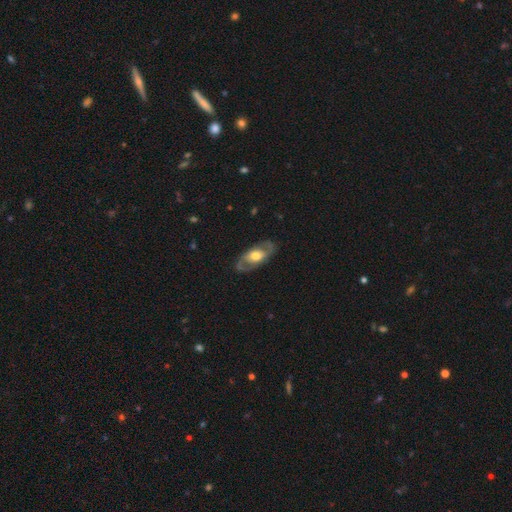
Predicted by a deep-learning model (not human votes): The model was most divided on "bulge size": moderate: 57%, large: 33%, small: 7%, dominant: 2%, none: 1%. More confident: edge-on disk — no (88%); merging — none (81%); smooth or featured — featured or disk (69%); bar — no (67%); spiral arms — yes (64%).